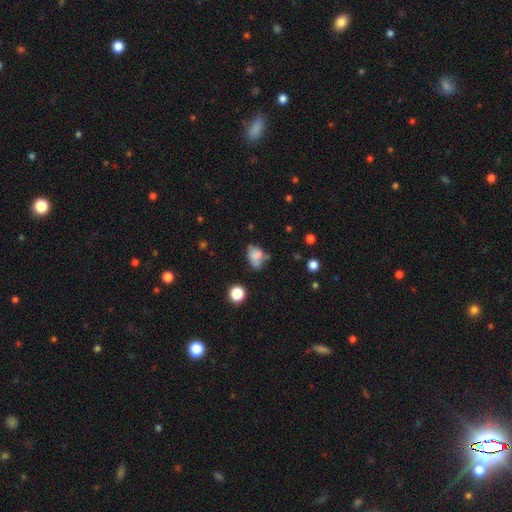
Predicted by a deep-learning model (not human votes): Smooth or featured?
  - smooth: 71% *
  - featured or disk: 17%
  - star or artifact: 12%
How rounded?
  - in between: 73% *
  - round: 25%
  - cigar-shaped: 2%
Merging?
  - none: 38% *
  - minor disturbance: 30%
  - merger: 18%
  - major disturbance: 14%